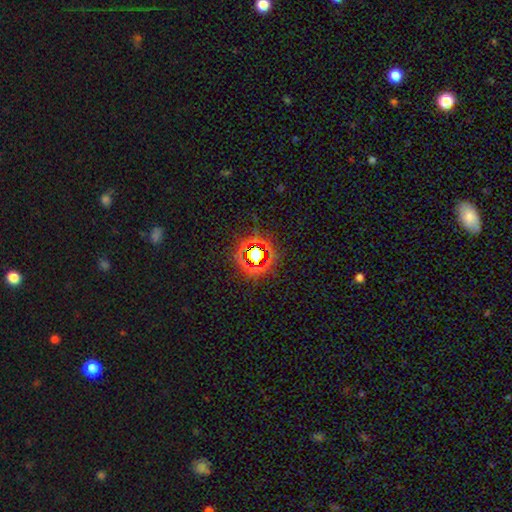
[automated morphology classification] Smooth or featured?
  - star or artifact: 74% *
  - smooth: 16%
  - featured or disk: 10%